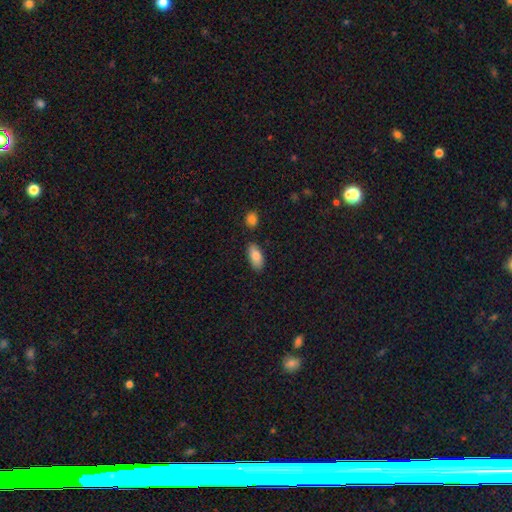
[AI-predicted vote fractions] Overall: smooth (83%). How rounded: in between (90%). Merging: none (82%).